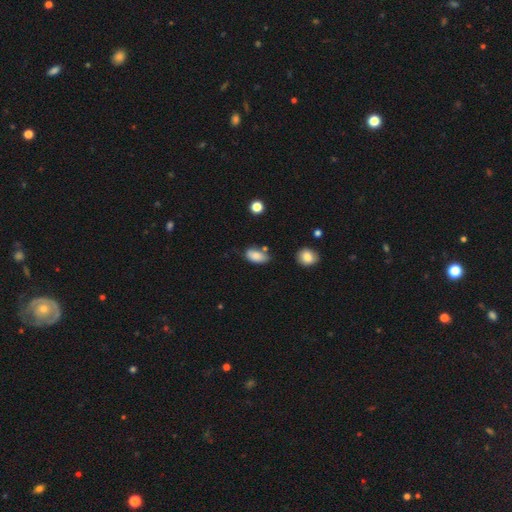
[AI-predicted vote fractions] Smooth or featured: smooth — 84% (star or artifact — 8%)
How rounded: in between — 92% (round — 5%)
Merging: none — 59% (minor disturbance — 28%)